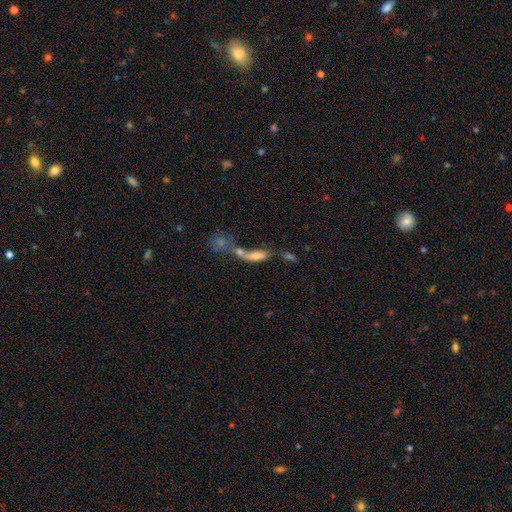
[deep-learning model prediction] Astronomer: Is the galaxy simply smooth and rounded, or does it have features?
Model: smooth — 53% (runner-up: featured or disk, 32%).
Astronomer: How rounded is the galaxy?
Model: in between — 54% (runner-up: cigar-shaped, 40%).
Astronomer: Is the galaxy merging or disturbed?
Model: merger — 56%.